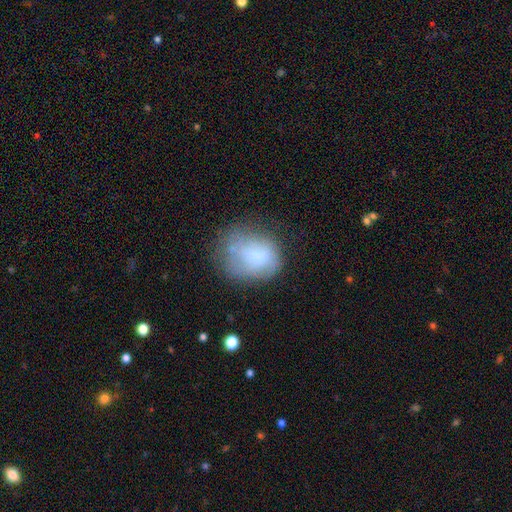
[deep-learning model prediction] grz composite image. It shows a smooth galaxy with no disk features (66%) that is round (55%). Merging: none (44%).